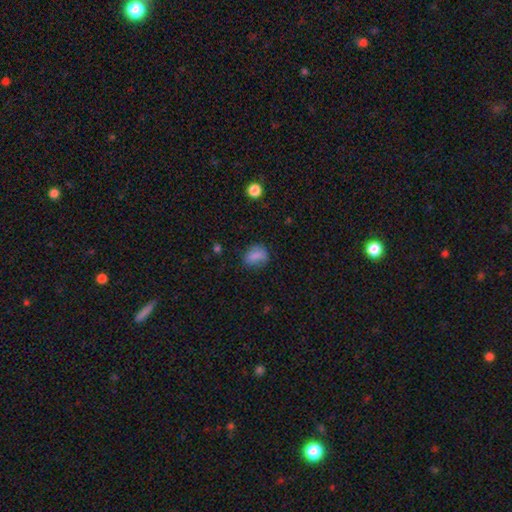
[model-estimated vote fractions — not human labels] smooth-or-featured: smooth: 80% | featured or disk: 10% | star or artifact: 10%
  how-rounded: in between: 58% | round: 40% | cigar-shaped: 2%
  merging: none: 69% | minor disturbance: 23% | major disturbance: 7% | merger: 2%